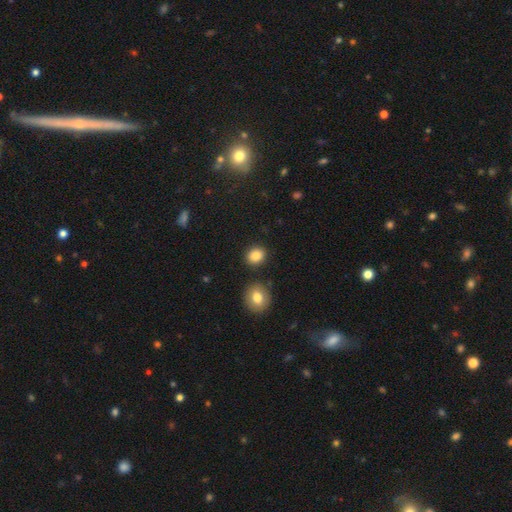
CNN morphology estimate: This appears to be a smooth galaxy with no disk features (85%) that is round (66%). Merging: none (85%).